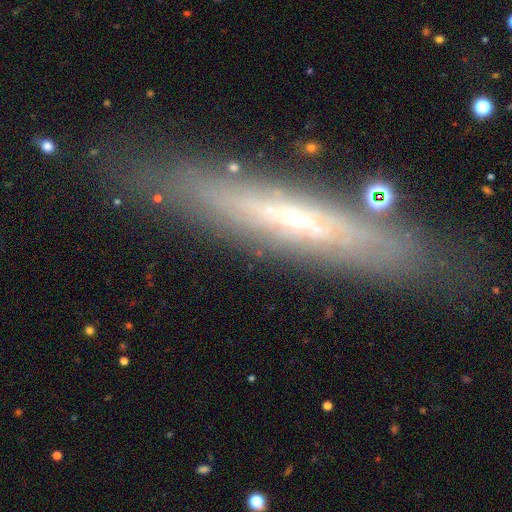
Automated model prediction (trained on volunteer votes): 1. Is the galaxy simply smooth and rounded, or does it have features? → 67% featured or disk, 23% smooth, 10% star or artifact.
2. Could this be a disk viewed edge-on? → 79% yes, 21% no.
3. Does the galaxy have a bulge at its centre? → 49% none, 46% rounded, 5% boxy.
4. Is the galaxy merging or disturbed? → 81% none, 13% minor disturbance, 4% major disturbance, 2% merger.